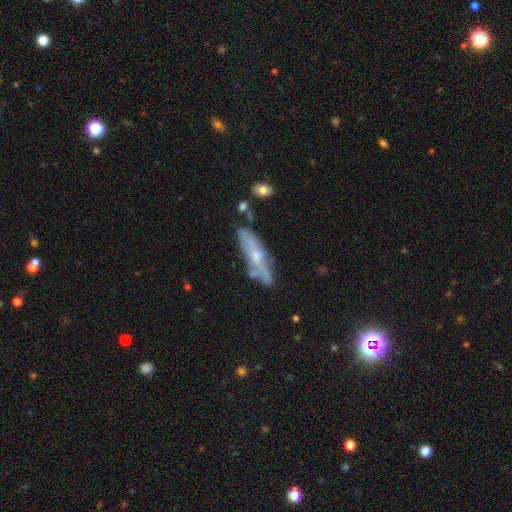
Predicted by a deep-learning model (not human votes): smooth-or-featured: featured or disk: 59% | smooth: 34% | star or artifact: 8%
  disk-edge-on: no: 53% | yes: 47%
  merging: none: 63% | minor disturbance: 23% | merger: 7% | major disturbance: 7%